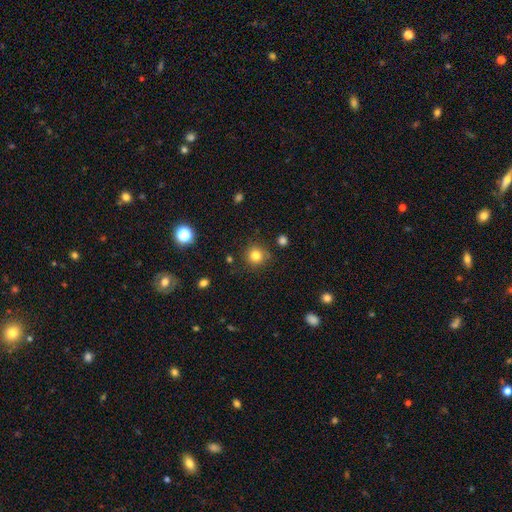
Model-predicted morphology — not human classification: Smooth or featured?
  - smooth: 81% *
  - star or artifact: 13%
  - featured or disk: 7%
How rounded?
  - round: 92% *
  - in between: 7%
  - cigar-shaped: 1%
Merging?
  - none: 84% *
  - minor disturbance: 10%
  - merger: 3%
  - major disturbance: 3%